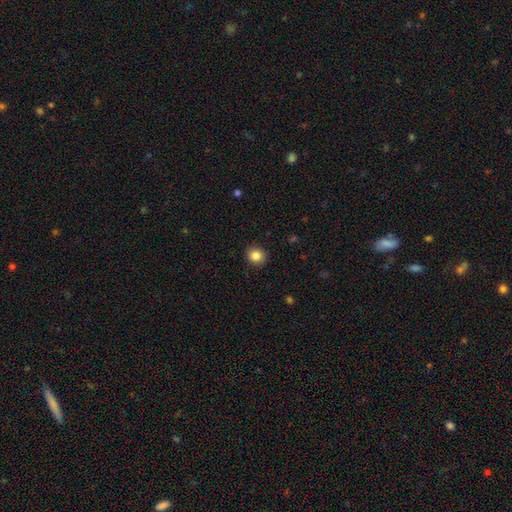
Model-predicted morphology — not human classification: type=smooth (86%); roundness=round (82%); merging=none (90%).